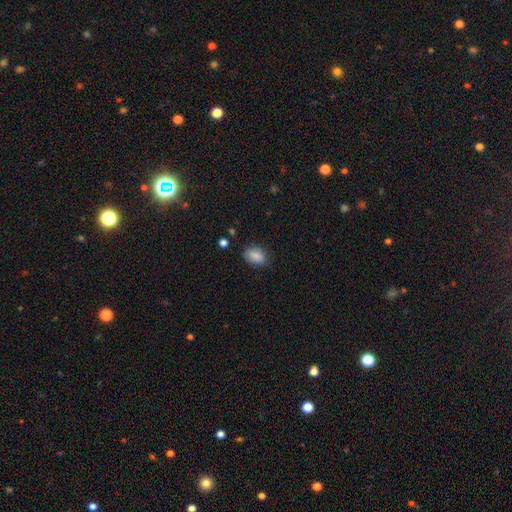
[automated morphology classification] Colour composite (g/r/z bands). It shows a smooth galaxy with no disk features (85%) that is in between round and cigar-shaped (80%). Merging: none (73%).